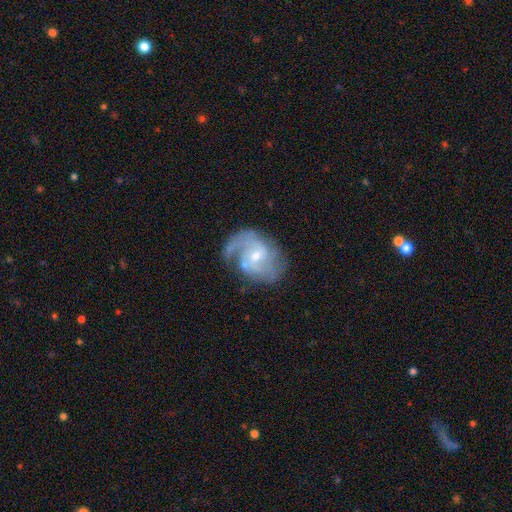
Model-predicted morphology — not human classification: The model was most divided on "bar": weak: 51%, no: 39%, strong: 10%. Remaining: edge-on disk — no (98%); spiral arms — yes (96%); smooth or featured — featured or disk (86%); merging — none (64%); spiral arm count — 2 (63%); bulge size — small (55%); spiral winding — medium (49%).